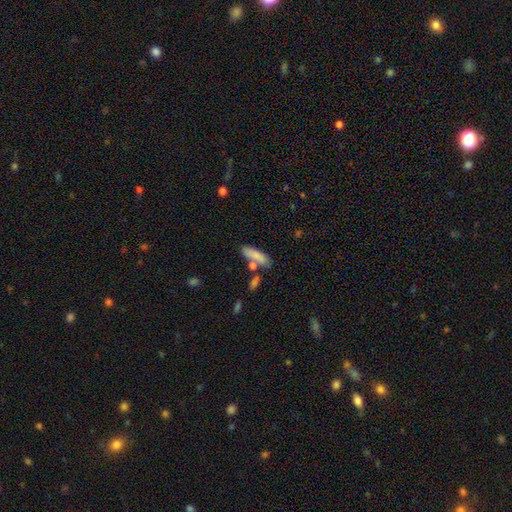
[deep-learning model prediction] Smooth or featured? Predicted: smooth (p=0.82). How rounded? Predicted: cigar-shaped (p=0.49, tied with in between). Merging? Predicted: none (p=0.60).